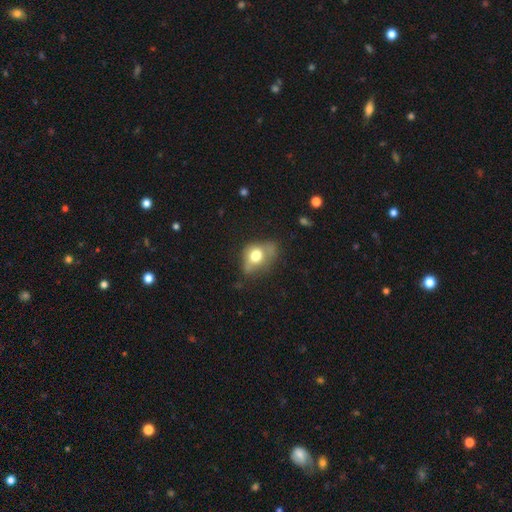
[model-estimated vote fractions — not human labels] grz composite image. It shows a smooth galaxy with no disk features (63%) that is in between round and cigar-shaped (67%). Merging: none (37%).